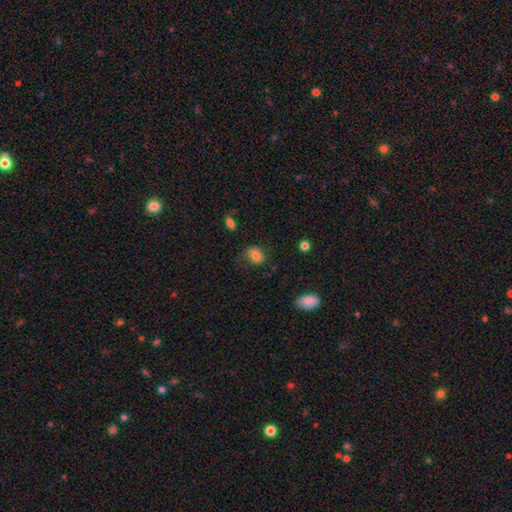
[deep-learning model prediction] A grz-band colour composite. It shows a smooth galaxy with no disk features (76%) that is in between round and cigar-shaped (55%). Merging: none (55%).